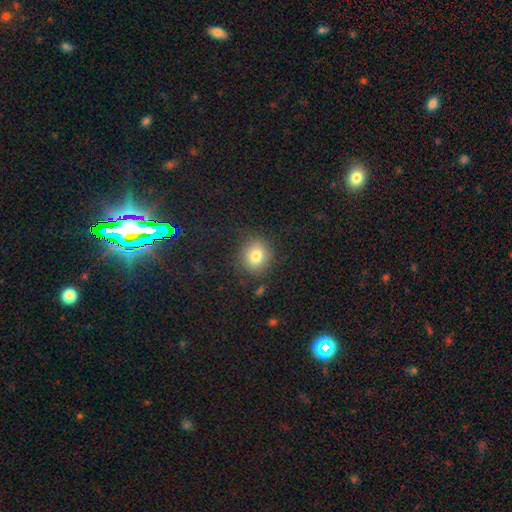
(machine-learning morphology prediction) Smooth or featured? smooth (79%)
How rounded? round (79%)
Merging? none (82%)